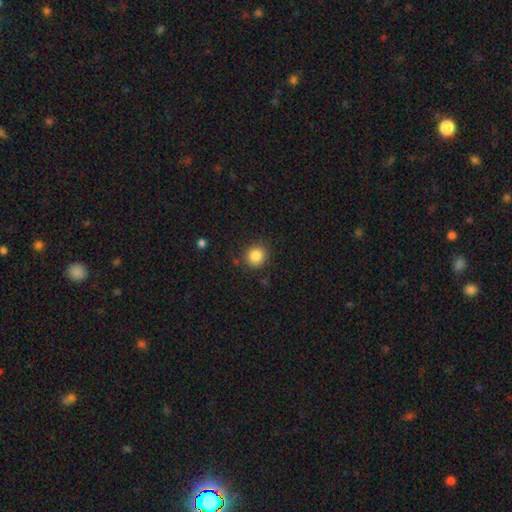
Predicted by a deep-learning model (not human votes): This appears to be a smooth galaxy with no disk features (85%) that is round (90%). Merging: none (86%).